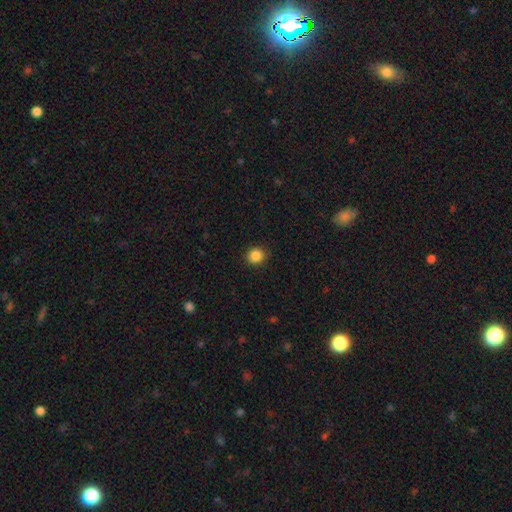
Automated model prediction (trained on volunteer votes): A smooth galaxy with no disk features (86%) that is round (90%). Merging: none (91%).